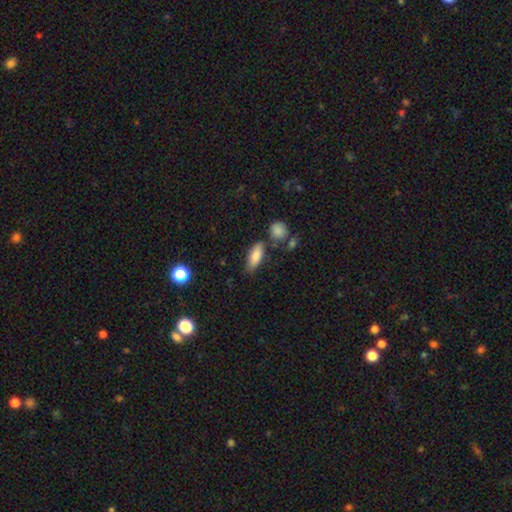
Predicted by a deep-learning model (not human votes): The model was most divided on "how rounded": in between: 74%, cigar-shaped: 23%, round: 3%. More confident: smooth or featured — smooth (82%); merging — none (71%).